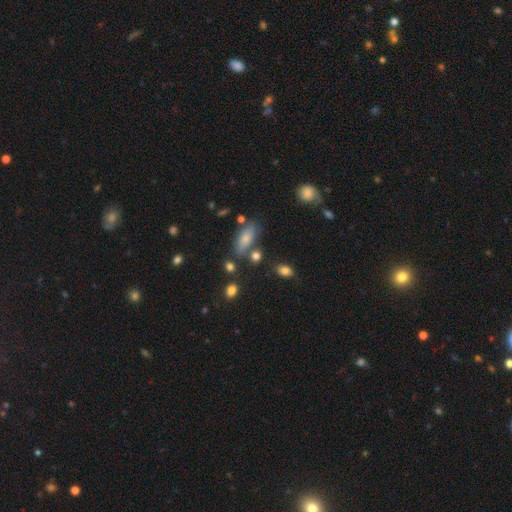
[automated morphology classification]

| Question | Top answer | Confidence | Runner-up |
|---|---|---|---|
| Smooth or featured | smooth | 73% | featured or disk (14%) |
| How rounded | in between | 66% | cigar-shaped (19%) |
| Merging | none | 69% | minor disturbance (16%) |